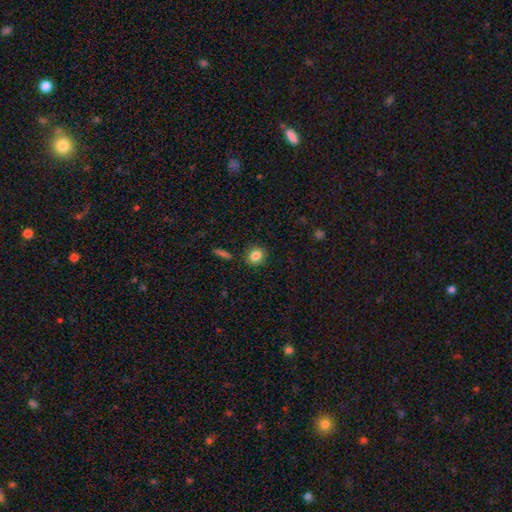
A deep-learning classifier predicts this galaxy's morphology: A smooth galaxy with no disk features (84%) that is round (69%). Merging: none (88%).